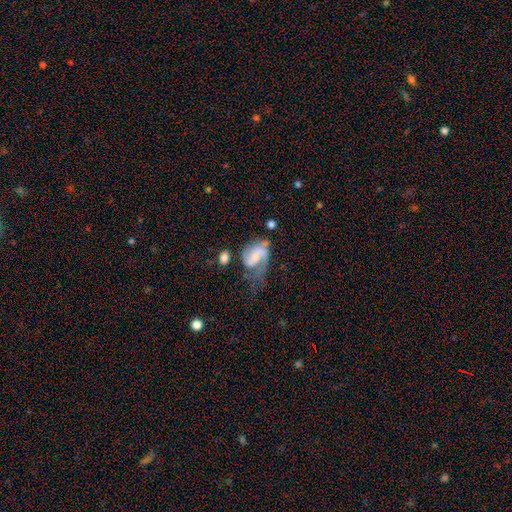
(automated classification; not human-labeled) Smooth or featured? featured or disk (73%)
Edge-on disk? no (98%)
Bar? weak (44%)
Spiral arms? yes (89%)
Spiral winding? loose (43%)
Spiral arm count? 2 (66%)
Bulge size? none (39%)
Merging? major disturbance (38%)